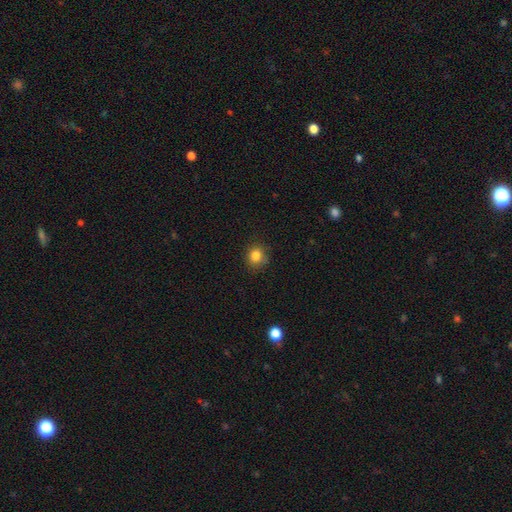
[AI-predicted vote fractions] This is clearly a smooth galaxy (84%). How rounded: clearly round (81%). Merging: clearly none (82%).